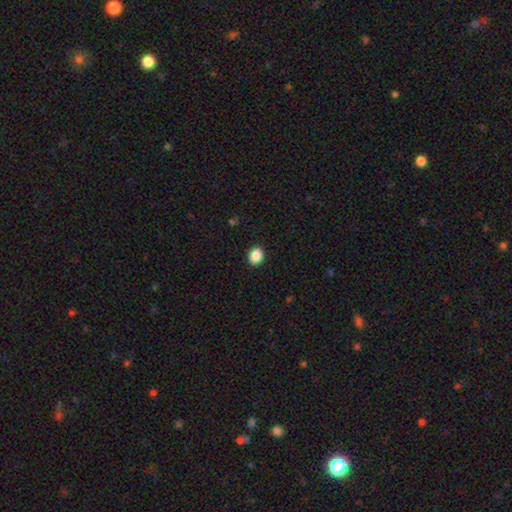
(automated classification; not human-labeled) This appears to be a smooth galaxy with no disk features (88%) that is round (57%). Merging: none (91%).